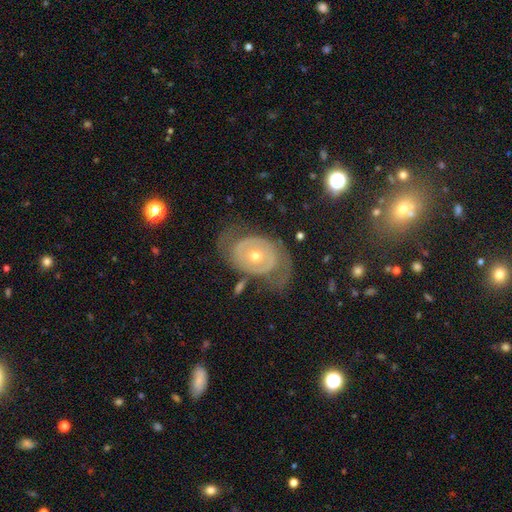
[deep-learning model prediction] Overall: featured or disk (79%). Edge-on disk: no (95%). Bar: no (80%). Spiral arms: yes (68%; no 32%). Spiral arm count: 2 (65%). Spiral winding: tight (52%; medium 30%). Bulge size: moderate (60%; small 36%). Merging: none (60%).